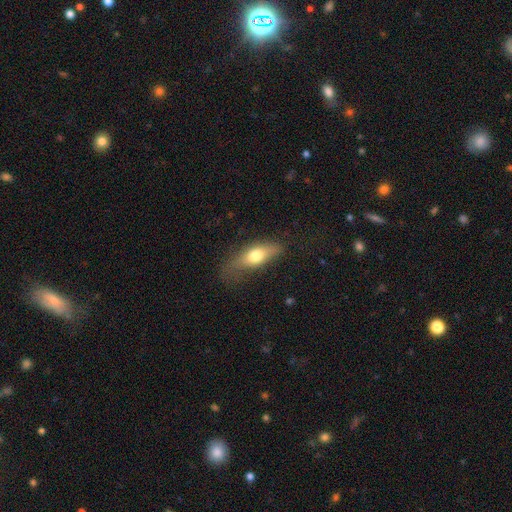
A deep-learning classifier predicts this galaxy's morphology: Q: Smooth or featured?
A: smooth (66%); runner-up: featured or disk (27%)
Q: How rounded?
A: in between (65%); runner-up: cigar-shaped (31%)
Q: Merging?
A: none (59%); runner-up: minor disturbance (27%)